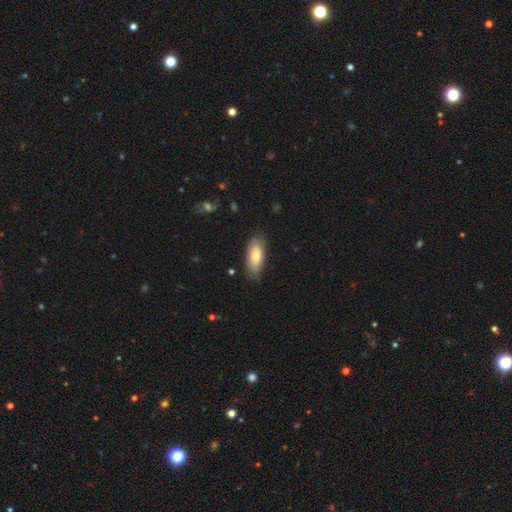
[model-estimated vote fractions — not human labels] Smooth or featured?
  - smooth: 71% *
  - featured or disk: 23%
  - star or artifact: 6%
How rounded?
  - in between: 83% *
  - cigar-shaped: 14%
  - round: 2%
Merging?
  - none: 77% *
  - minor disturbance: 18%
  - major disturbance: 3%
  - merger: 1%